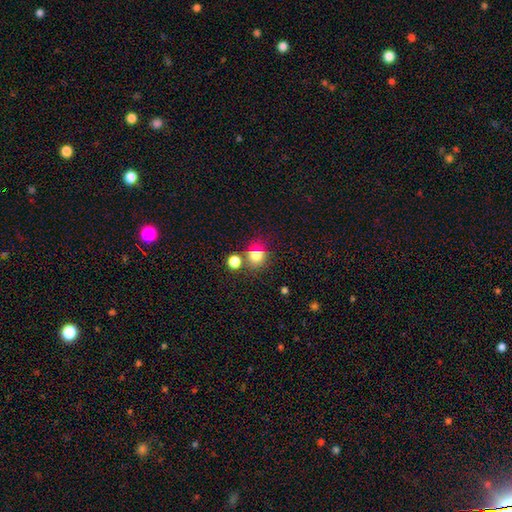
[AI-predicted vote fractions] A smooth galaxy with no disk features (72%) that is round (75%). Merging: none (70%).